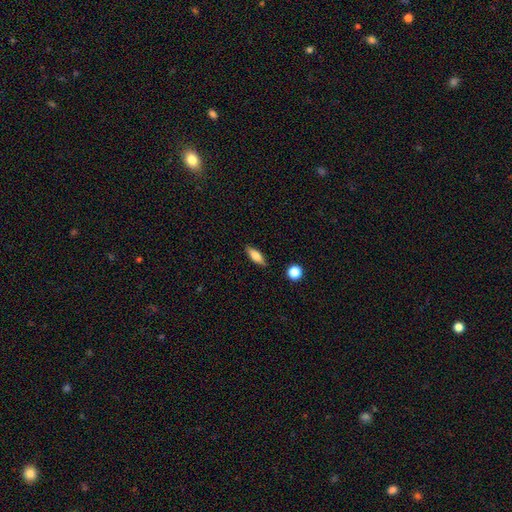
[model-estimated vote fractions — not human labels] Smooth or featured: smooth — 71% (featured or disk — 22%)
How rounded: in between — 59% (cigar-shaped — 38%)
Merging: none — 87% (minor disturbance — 10%)